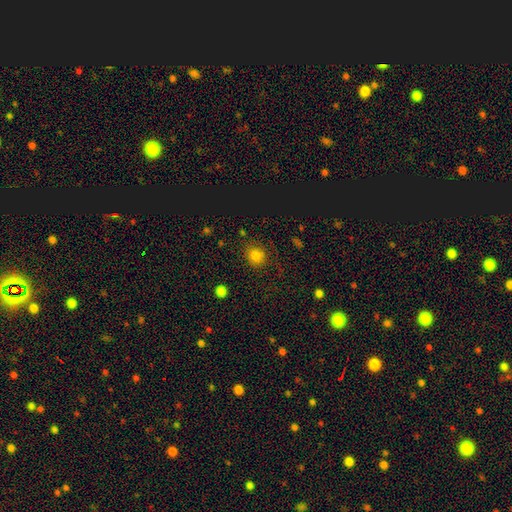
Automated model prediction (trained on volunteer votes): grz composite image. It shows a smooth galaxy with no disk features (78%) that is round (81%). Merging: none (80%).